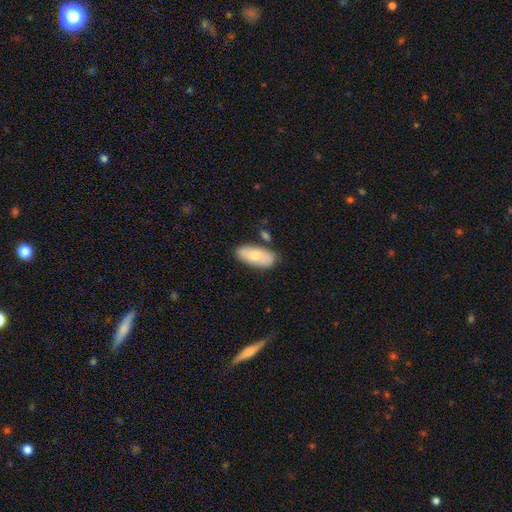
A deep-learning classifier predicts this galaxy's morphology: Q: Smooth or featured?
A: smooth (72%); runner-up: featured or disk (22%)
Q: How rounded?
A: in between (88%); runner-up: cigar-shaped (9%)
Q: Merging?
A: none (72%); runner-up: minor disturbance (16%)